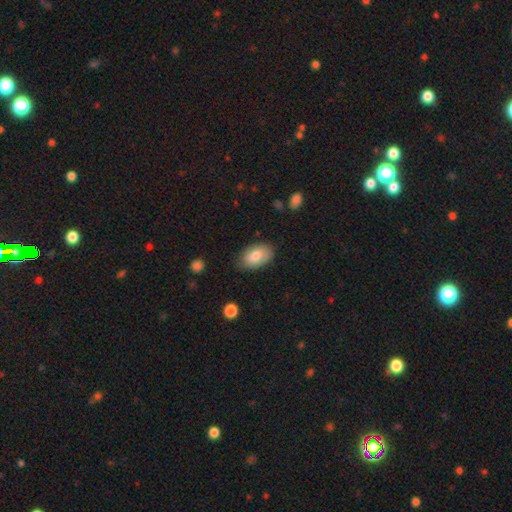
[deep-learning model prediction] This is likely a smooth galaxy (74%). How rounded: clearly in between (92%). Merging: likely none (76%).